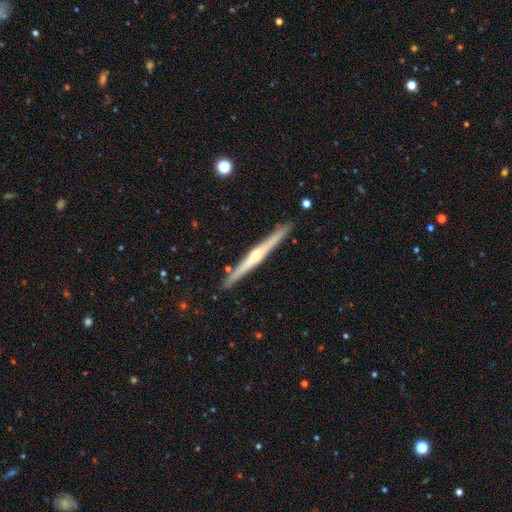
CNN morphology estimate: smooth_or_featured: featured or disk (p=0.76) [alt: smooth p=0.19]
disk_edge_on: yes (p=0.98) [alt: no p=0.02]
edge_on_bulge: rounded (p=0.77) [alt: none p=0.16]
merging: none (p=0.91) [alt: minor disturbance p=0.06]